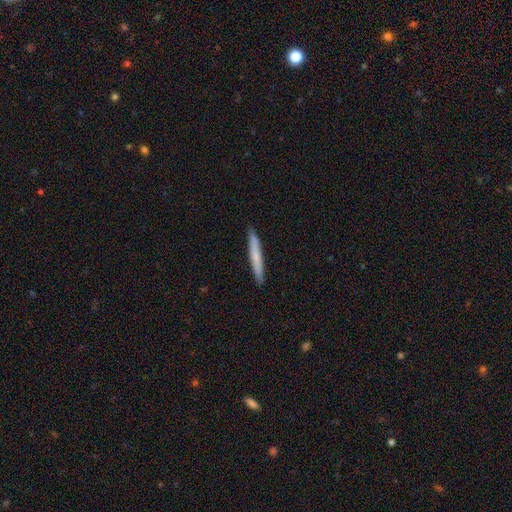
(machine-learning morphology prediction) This is likely a smooth galaxy (63%). How rounded: clearly cigar-shaped (96%). Merging: clearly none (91%).